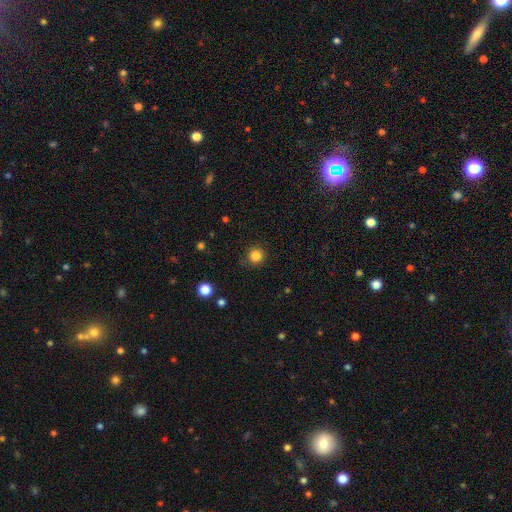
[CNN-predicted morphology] Smooth or featured: smooth — 83% (star or artifact — 12%)
How rounded: round — 95% (in between — 4%)
Merging: none — 88% (minor disturbance — 8%)